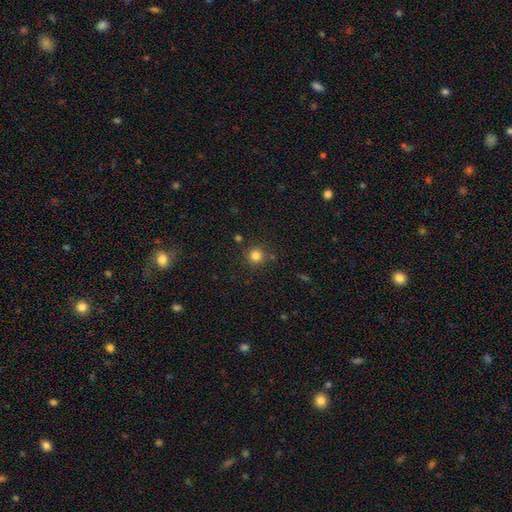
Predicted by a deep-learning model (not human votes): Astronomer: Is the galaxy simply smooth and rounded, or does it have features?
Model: smooth — 82%.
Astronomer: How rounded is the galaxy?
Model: round — 94%.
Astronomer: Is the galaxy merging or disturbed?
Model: none — 86%.